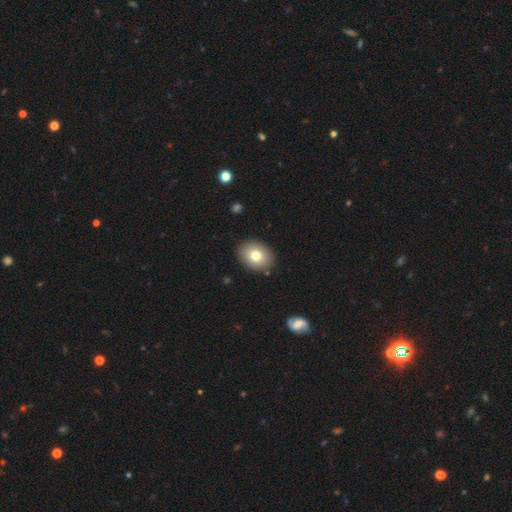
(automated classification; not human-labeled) Smooth or featured? Predicted: smooth (p=0.78). How rounded? Predicted: in between (p=0.58). Merging? Predicted: none (p=0.89).